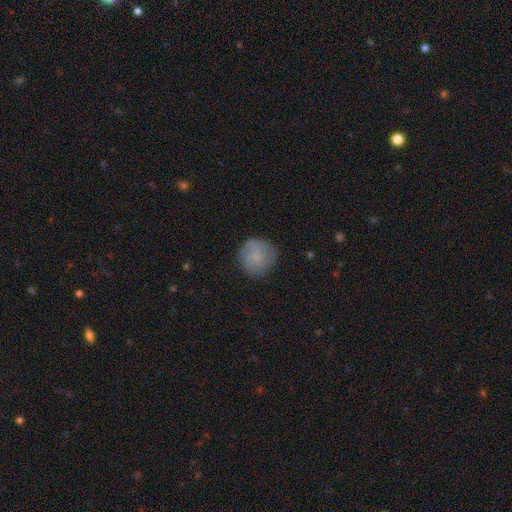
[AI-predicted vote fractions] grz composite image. It shows a smooth galaxy with no disk features (75%) that is round (92%). Merging: none (79%).